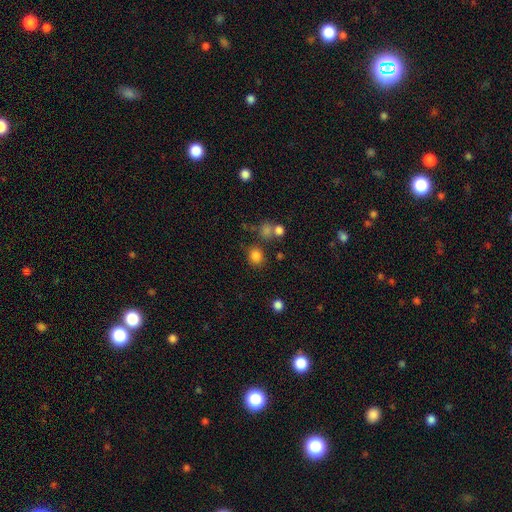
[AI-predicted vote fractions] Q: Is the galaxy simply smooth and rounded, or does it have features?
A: smooth — 82%.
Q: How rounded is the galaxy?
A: round — 76%.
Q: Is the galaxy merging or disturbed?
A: none — 76%.